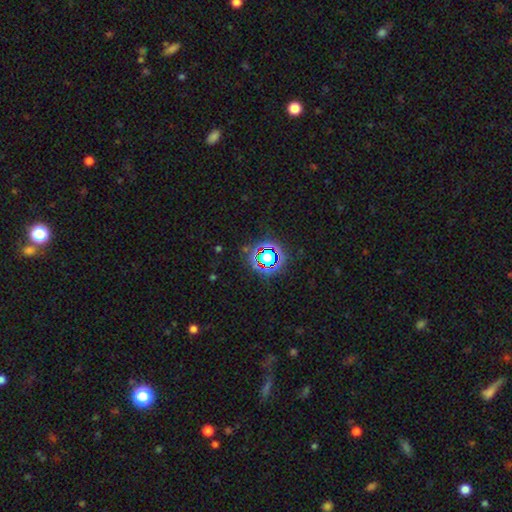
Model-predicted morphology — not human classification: This is likely a star or artifact rather than a galaxy (74%).